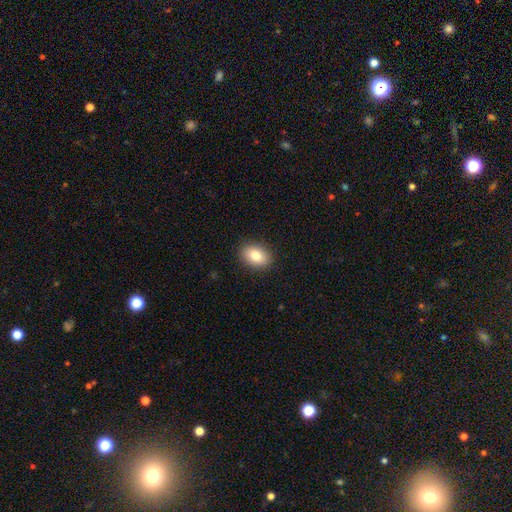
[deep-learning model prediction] Smooth or featured: smooth — 83% (featured or disk — 9%)
How rounded: in between — 79% (round — 20%)
Merging: none — 89% (minor disturbance — 8%)